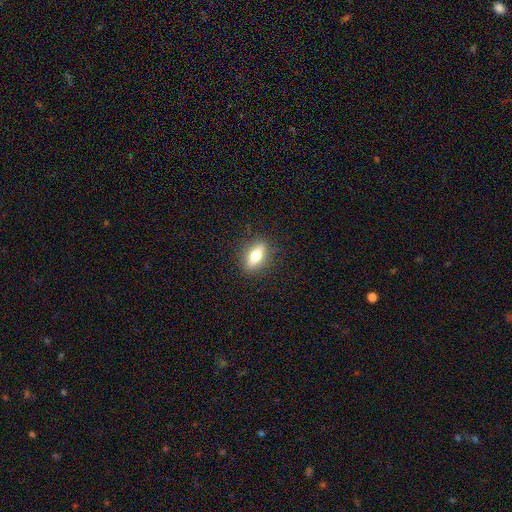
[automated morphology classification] smooth-or-featured: smooth: 57% | featured or disk: 35% | star or artifact: 8%
  how-rounded: in between: 66% | cigar-shaped: 26% | round: 8%
  merging: none: 87% | minor disturbance: 9% | major disturbance: 3% | merger: 1%